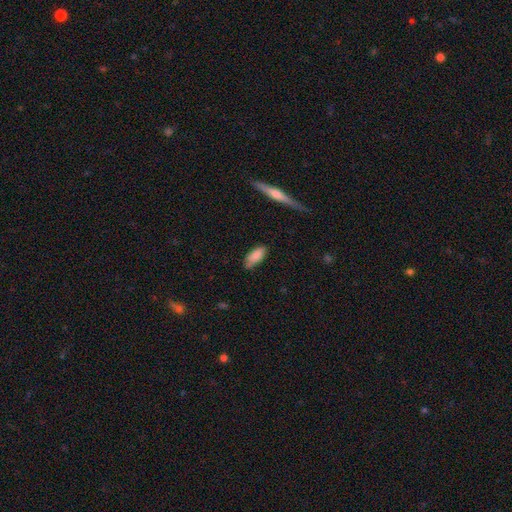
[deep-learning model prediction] Overall: smooth (84%). How rounded: in between (82%). Merging: none (69%).